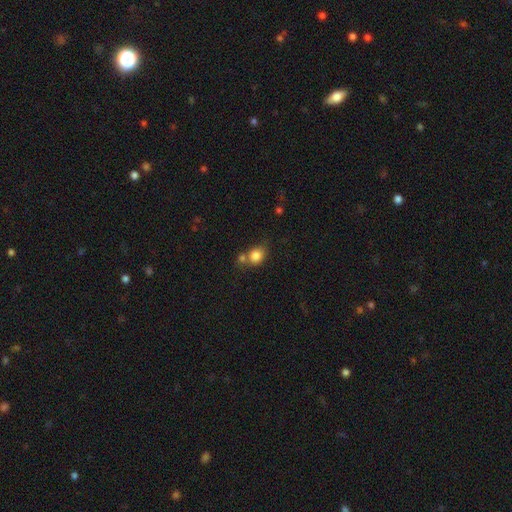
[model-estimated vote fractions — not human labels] Q: Smooth or featured?
A: smooth (81%); runner-up: star or artifact (10%)
Q: How rounded?
A: round (65%); runner-up: in between (34%)
Q: Merging?
A: none (45%); runner-up: merger (35%)